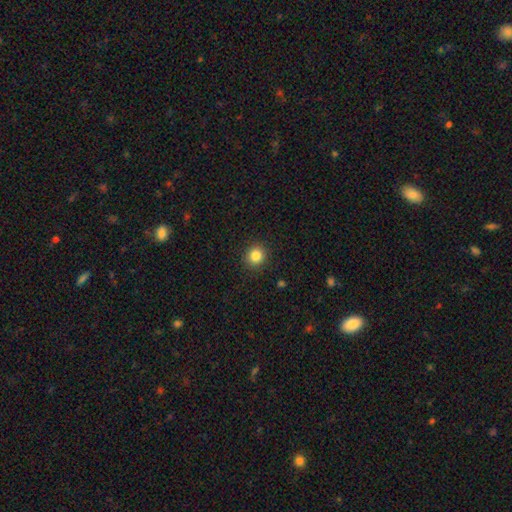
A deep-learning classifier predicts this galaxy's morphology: Smooth or featured: smooth — 85% (star or artifact — 11%)
How rounded: round — 88% (in between — 12%)
Merging: none — 91% (minor disturbance — 6%)